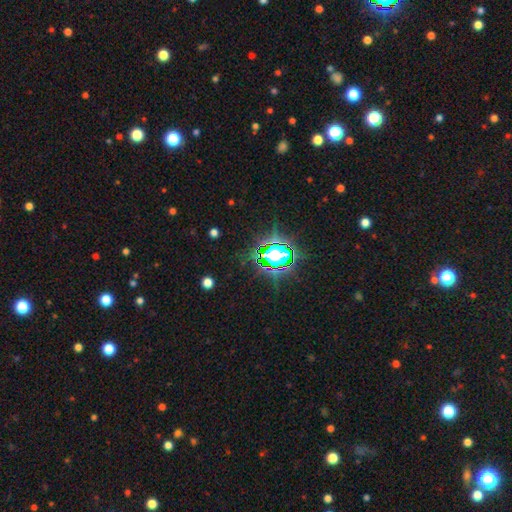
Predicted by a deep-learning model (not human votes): A star or artifact, not a galaxy (81%).